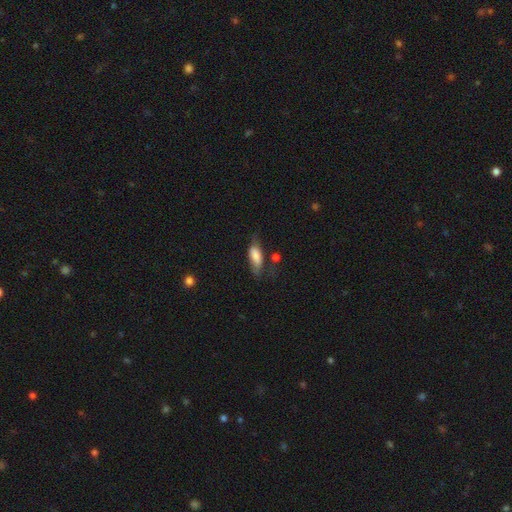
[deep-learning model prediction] This appears to be a smooth galaxy with no disk features (71%) that is in between round and cigar-shaped (75%). Merging: none (43%).